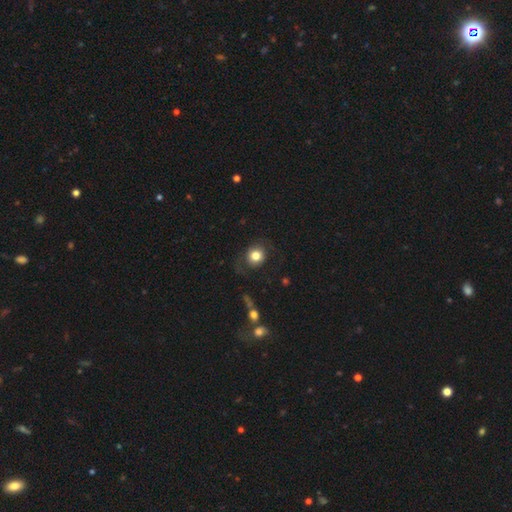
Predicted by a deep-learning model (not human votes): Smooth or featured? Predicted: smooth (p=0.76). How rounded? Predicted: round (p=0.80). Merging? Predicted: none (p=0.70).